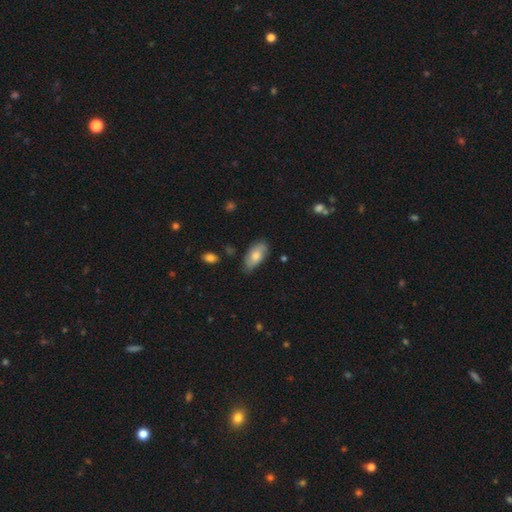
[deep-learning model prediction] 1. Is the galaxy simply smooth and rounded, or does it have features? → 66% smooth, 27% featured or disk, 6% star or artifact.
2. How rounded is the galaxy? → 91% in between, 5% cigar-shaped, 3% round.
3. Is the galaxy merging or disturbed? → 73% none, 21% minor disturbance, 4% major disturbance, 2% merger.